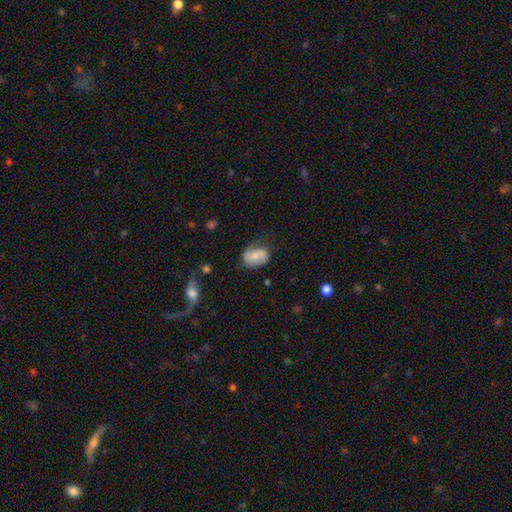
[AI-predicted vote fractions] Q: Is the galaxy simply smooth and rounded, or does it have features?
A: smooth — 57%.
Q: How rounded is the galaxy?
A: in between — 76%.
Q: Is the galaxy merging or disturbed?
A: none — 54%.